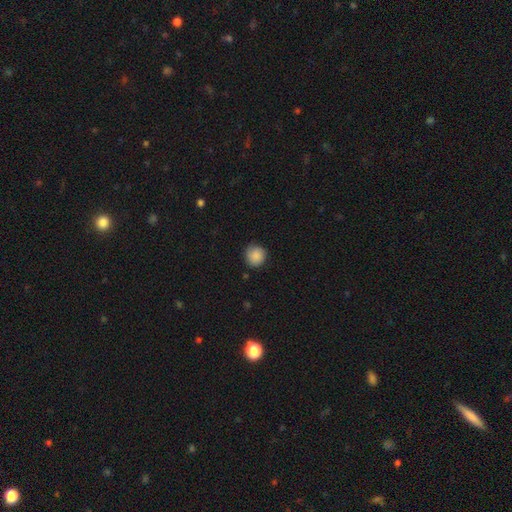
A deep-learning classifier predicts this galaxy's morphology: smooth-or-featured: smooth: 87% | star or artifact: 8% | featured or disk: 5%
  how-rounded: round: 91% | in between: 8% | cigar-shaped: 1%
  merging: none: 81% | minor disturbance: 15% | major disturbance: 3% | merger: 1%